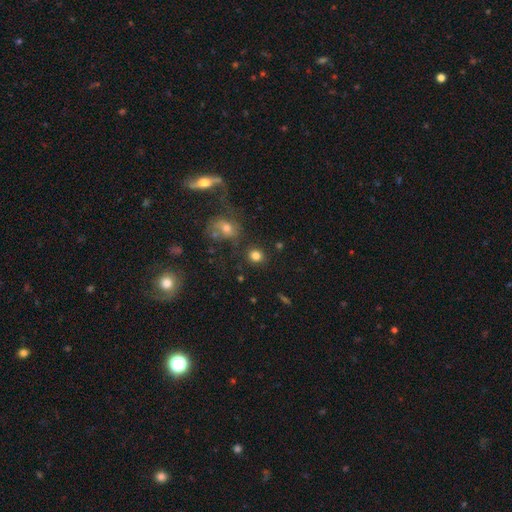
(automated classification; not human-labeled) smooth_or_featured: smooth (p=0.81) [alt: star or artifact p=0.12]
how_rounded: round (p=0.84) [alt: in between p=0.15]
merging: none (p=0.80) [alt: minor disturbance p=0.09]